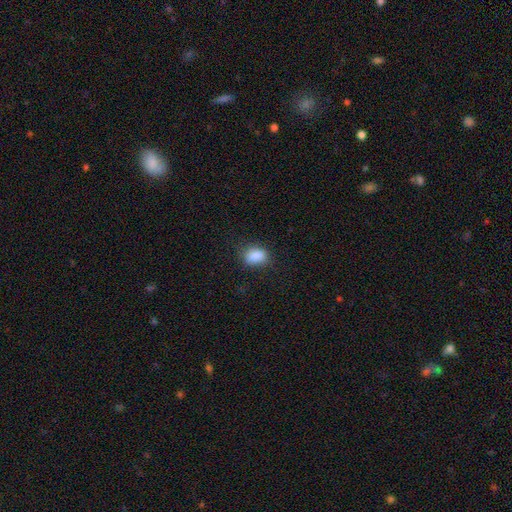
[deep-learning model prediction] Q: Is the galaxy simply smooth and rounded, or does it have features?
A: smooth — 87%.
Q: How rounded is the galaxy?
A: in between — 76%.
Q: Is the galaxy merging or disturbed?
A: none — 75%.